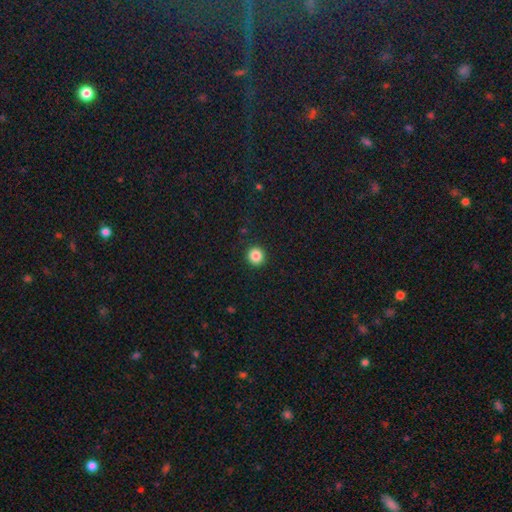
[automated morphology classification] This appears to be a smooth galaxy with no disk features (86%) that is round (93%). Merging: none (93%).